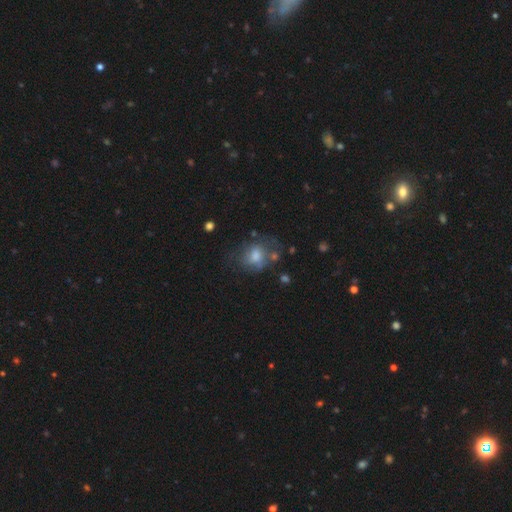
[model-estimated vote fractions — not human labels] The model was most divided on "how rounded": in between: 50%, round: 49%, cigar-shaped: 1%. Remaining: smooth or featured — smooth (54%); merging — none (50%).